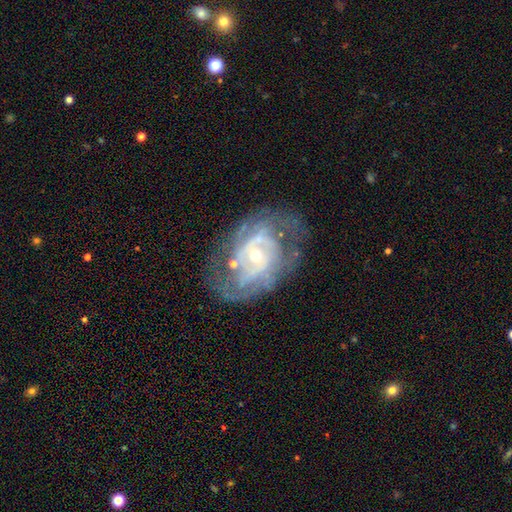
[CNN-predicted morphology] Overall: featured or disk (84%). Edge-on disk: no (96%). Bar: no (52%; weak 35%). Spiral arms: yes (85%). Spiral arm count: 2 (39%; can't tell 35%). Spiral winding: tight (47%; medium 38%). Bulge size: small (59%; moderate 37%). Merging: none (61%; minor disturbance 21%).